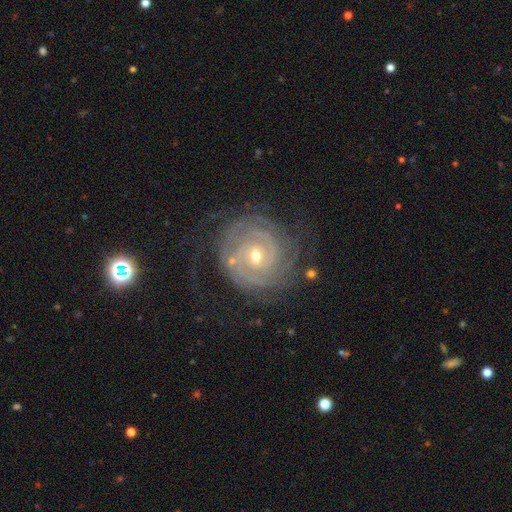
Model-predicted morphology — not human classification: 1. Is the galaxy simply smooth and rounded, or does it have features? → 88% featured or disk, 6% star or artifact, 6% smooth.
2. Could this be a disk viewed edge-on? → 97% no, 3% yes.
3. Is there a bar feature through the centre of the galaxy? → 55% no, 34% weak, 11% strong.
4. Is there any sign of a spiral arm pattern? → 97% yes, 3% no.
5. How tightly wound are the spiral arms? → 81% tight, 16% medium, 3% loose.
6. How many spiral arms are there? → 32% 2, 28% can't tell, 18% 3, 11% 4, 6% more than 4, 6% 1.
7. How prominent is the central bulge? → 56% small, 41% moderate, 1% large, 1% none, 1% dominant.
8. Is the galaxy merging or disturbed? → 71% none, 16% minor disturbance, 10% major disturbance, 2% merger.